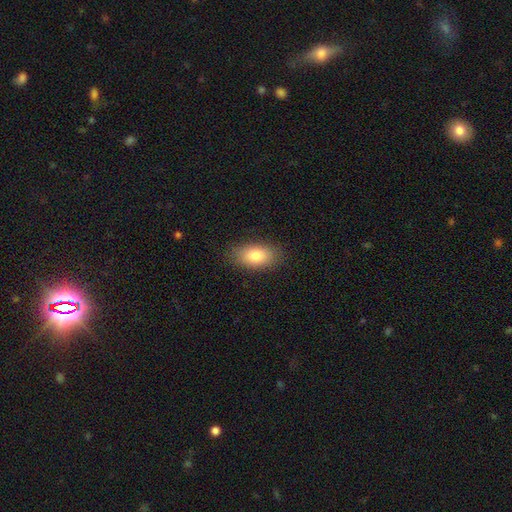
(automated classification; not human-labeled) smooth_or_featured: smooth (p=0.83) [alt: featured or disk p=0.10]
how_rounded: in between (p=0.91) [alt: round p=0.05]
merging: none (p=0.85) [alt: minor disturbance p=0.11]